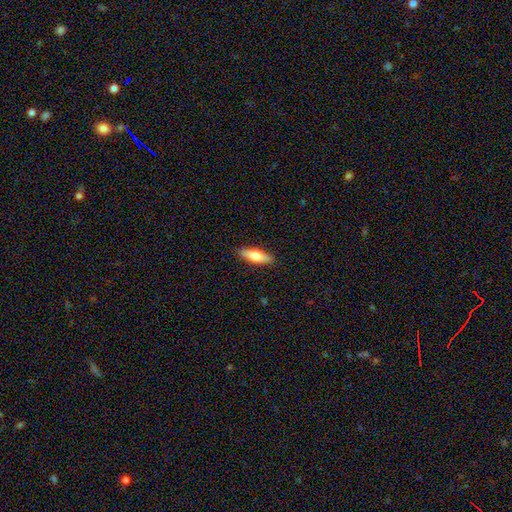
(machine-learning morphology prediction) A smooth galaxy with no disk features (70%) that is in between round and cigar-shaped (49%, tied with cigar-shaped). Merging: none (89%).